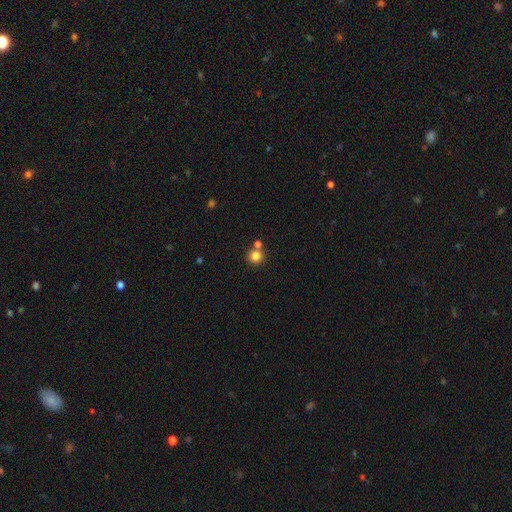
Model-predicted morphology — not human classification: The model was most divided on "merging": none: 67%, merger: 23%, minor disturbance: 7%, major disturbance: 3%. More confident: how rounded — round (92%); smooth or featured — smooth (82%).